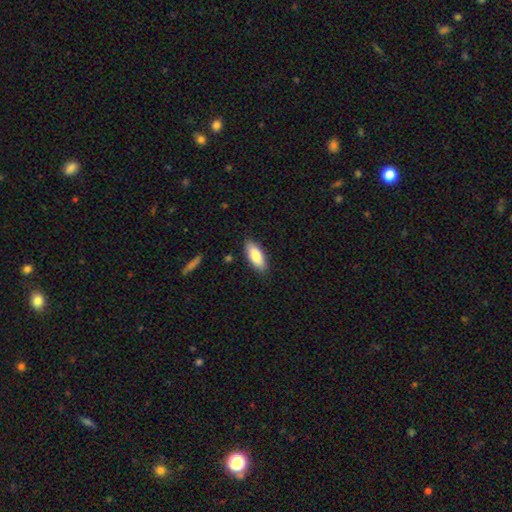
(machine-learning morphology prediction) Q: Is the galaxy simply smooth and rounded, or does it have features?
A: smooth — 83%.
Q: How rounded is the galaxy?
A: in between — 81%.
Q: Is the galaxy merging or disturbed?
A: none — 86%.